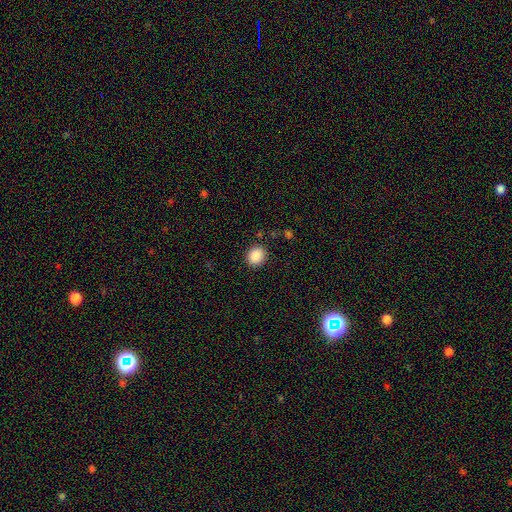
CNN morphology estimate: Q: Smooth or featured?
A: smooth (88%); runner-up: star or artifact (9%)
Q: How rounded?
A: round (68%); runner-up: in between (31%)
Q: Merging?
A: none (88%); runner-up: minor disturbance (8%)